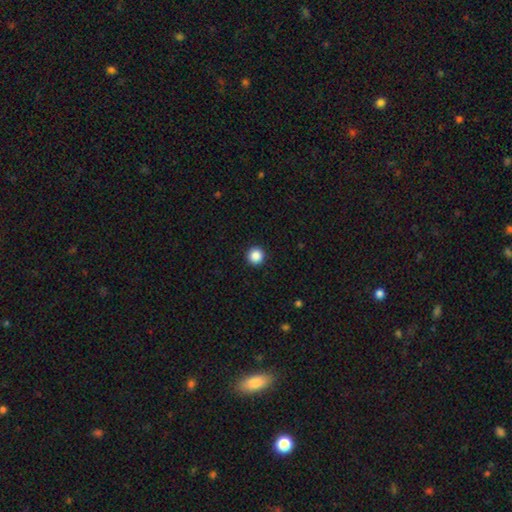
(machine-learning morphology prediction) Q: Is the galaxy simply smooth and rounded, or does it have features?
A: smooth — 88%.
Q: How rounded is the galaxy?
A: round — 96%.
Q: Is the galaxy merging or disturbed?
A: none — 93%.